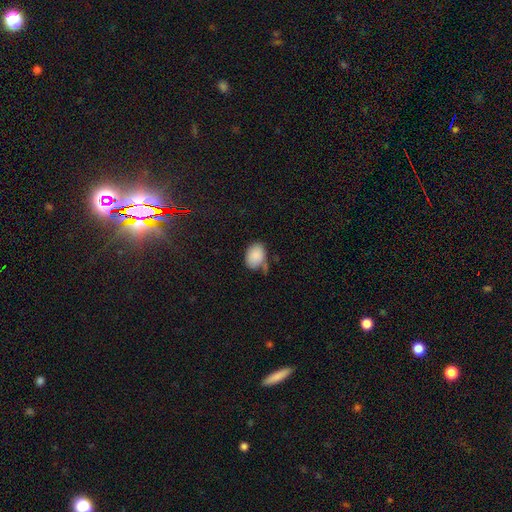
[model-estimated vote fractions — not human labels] smooth 86%, star or artifact 8%, featured or disk 6%. Down the decision tree: how rounded — in between (79%); merging — none (51%).